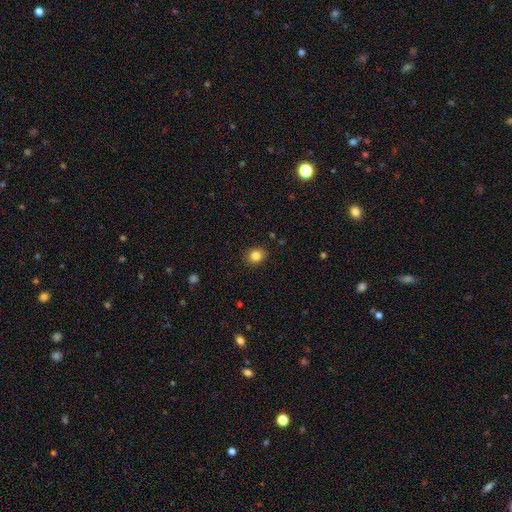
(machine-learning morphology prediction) A smooth galaxy with no disk features (83%) that is round (73%).

Vote fractions:
- Smooth or featured? smooth: 83% / star or artifact: 11% / featured or disk: 5%
- How rounded? round: 73% / in between: 26% / cigar-shaped: 1%
- Merging? none: 90% / minor disturbance: 7% / major disturbance: 2% / merger: 1%